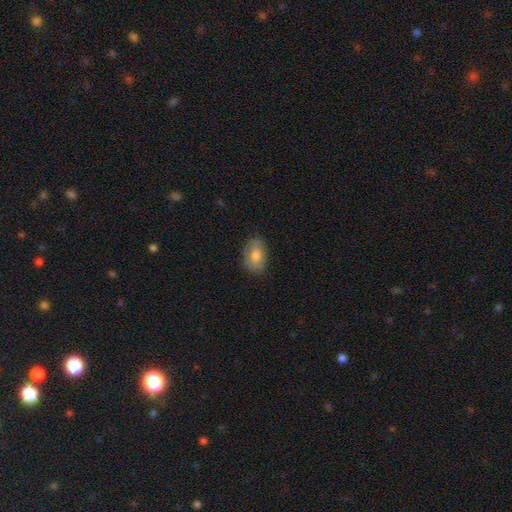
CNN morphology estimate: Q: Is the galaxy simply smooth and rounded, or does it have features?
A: smooth — 74%.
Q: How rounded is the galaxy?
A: in between — 85%.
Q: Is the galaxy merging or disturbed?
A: none — 76%.